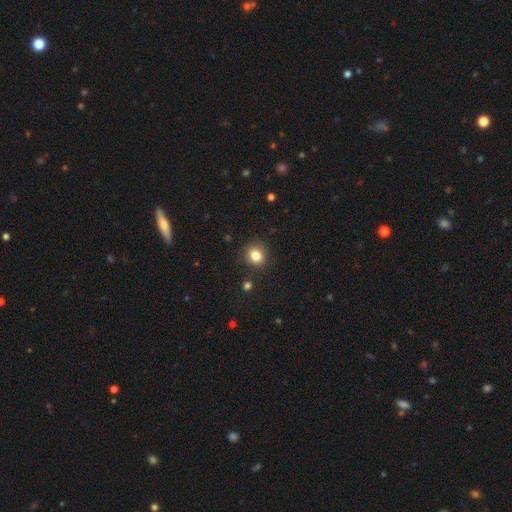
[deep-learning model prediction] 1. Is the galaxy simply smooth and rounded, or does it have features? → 83% smooth, 11% star or artifact, 6% featured or disk.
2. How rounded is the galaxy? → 67% round, 32% in between, 1% cigar-shaped.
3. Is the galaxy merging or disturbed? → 86% none, 10% minor disturbance, 3% major disturbance, 2% merger.